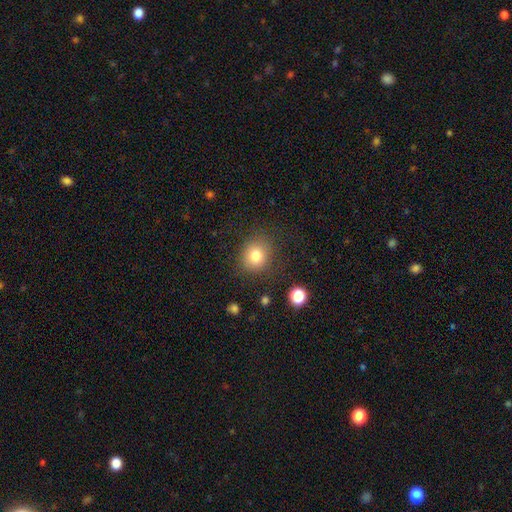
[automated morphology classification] smooth-or-featured: smooth: 79% | star or artifact: 12% | featured or disk: 9%
  how-rounded: round: 73% | in between: 26% | cigar-shaped: 1%
  merging: none: 81% | minor disturbance: 12% | major disturbance: 5% | merger: 2%